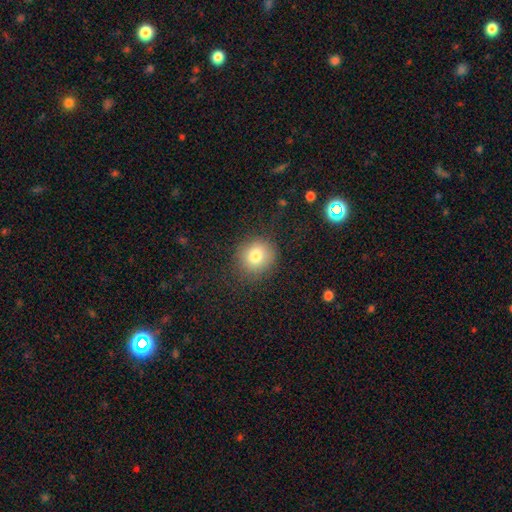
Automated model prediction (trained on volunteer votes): The model was most divided on "how rounded": round: 81%, in between: 18%, cigar-shaped: 1%. More confident: merging — none (81%); smooth or featured — smooth (80%).